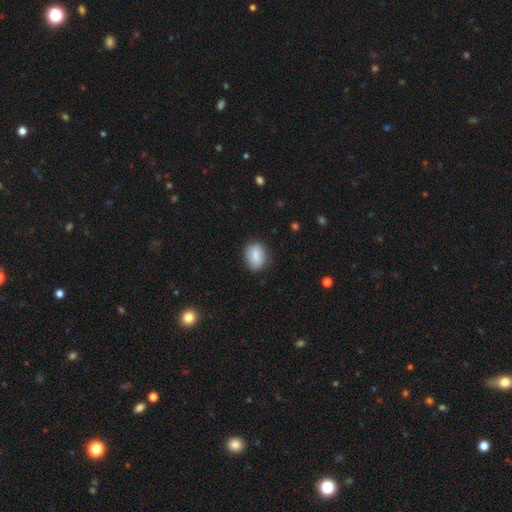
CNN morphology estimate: smooth 78%, featured or disk 15%, star or artifact 7%. Down the decision tree: how rounded — in between (59%); merging — none (83%).